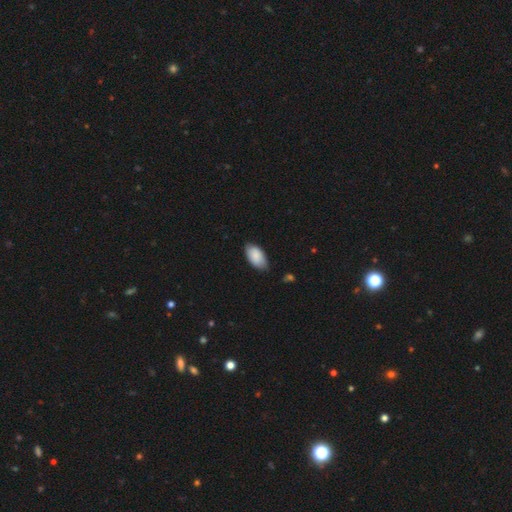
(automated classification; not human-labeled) Smooth or featured? Predicted: smooth (p=0.87). How rounded? Predicted: in between (p=0.95). Merging? Predicted: none (p=0.77).